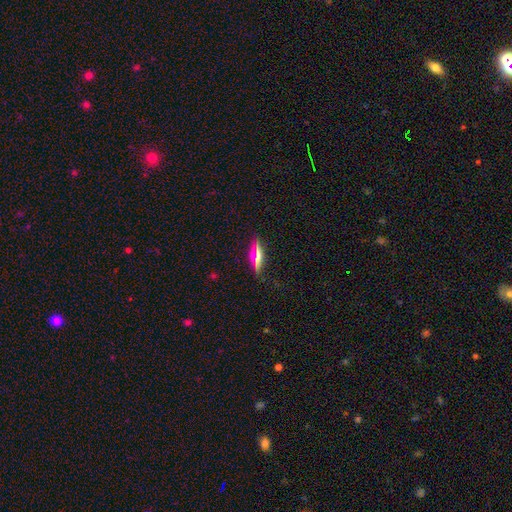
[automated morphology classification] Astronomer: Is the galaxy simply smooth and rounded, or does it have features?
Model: smooth — 47% (runner-up: featured or disk, 37%).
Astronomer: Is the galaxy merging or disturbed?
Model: none — 86%.